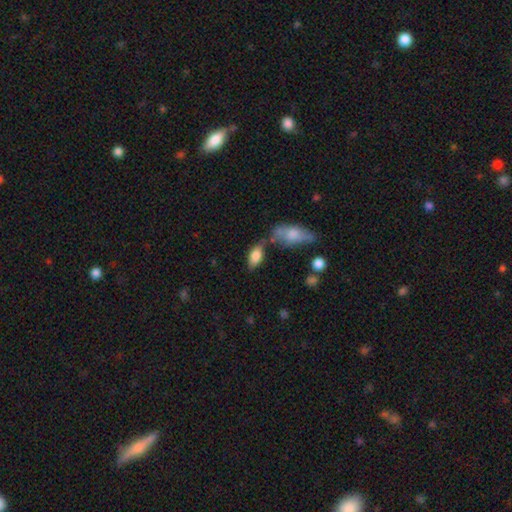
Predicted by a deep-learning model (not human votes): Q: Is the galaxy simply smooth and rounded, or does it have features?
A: smooth — 80%.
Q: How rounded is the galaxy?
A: in between — 89%.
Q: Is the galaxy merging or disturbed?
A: none — 54%.